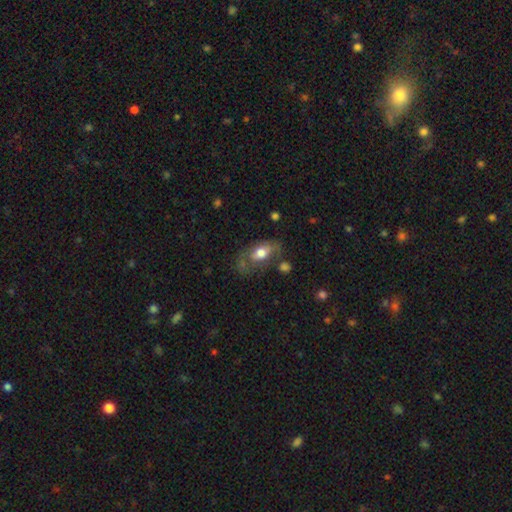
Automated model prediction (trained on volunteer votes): Q: Smooth or featured?
A: smooth (56%); runner-up: featured or disk (36%)
Q: How rounded?
A: in between (87%); runner-up: round (8%)
Q: Merging?
A: none (49%); runner-up: minor disturbance (25%)